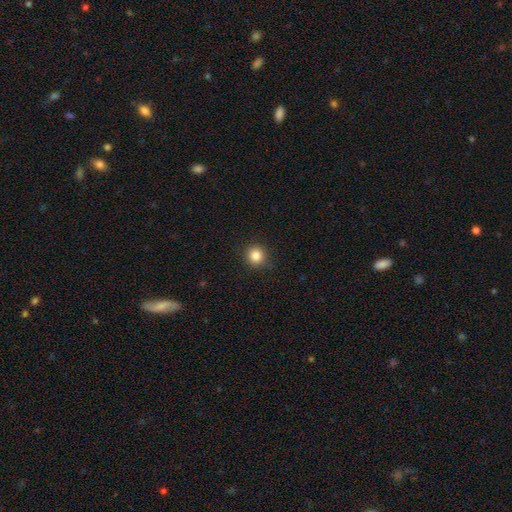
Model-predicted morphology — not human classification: This appears to be a smooth galaxy with no disk features (84%) that is round (93%). Merging: none (90%).